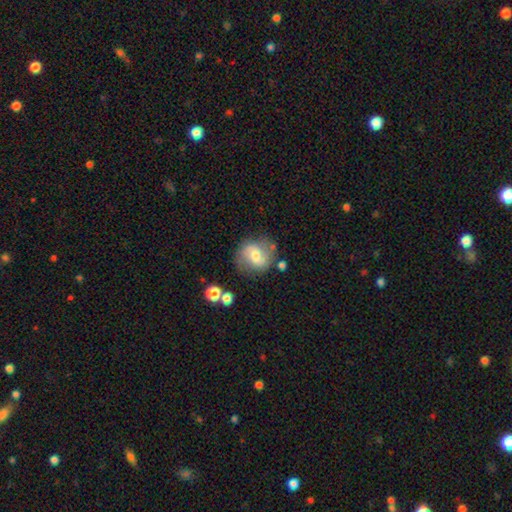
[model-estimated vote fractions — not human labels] Smooth or featured: featured or disk — 49% (smooth — 43%)
Merging: none — 70% (minor disturbance — 18%)